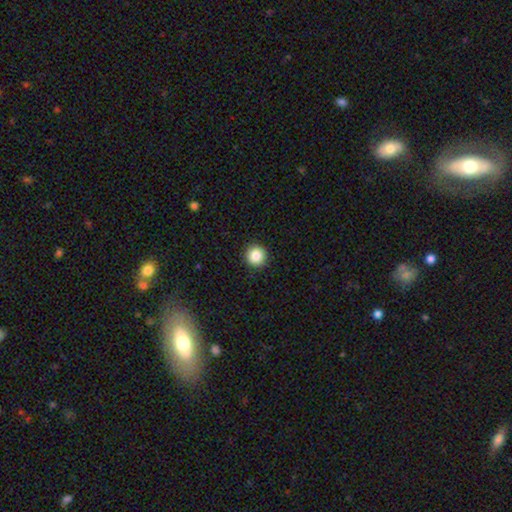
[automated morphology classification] The model was most divided on "smooth or featured": smooth: 86%, star or artifact: 10%, featured or disk: 4%. More confident: how rounded — round (95%); merging — none (93%).